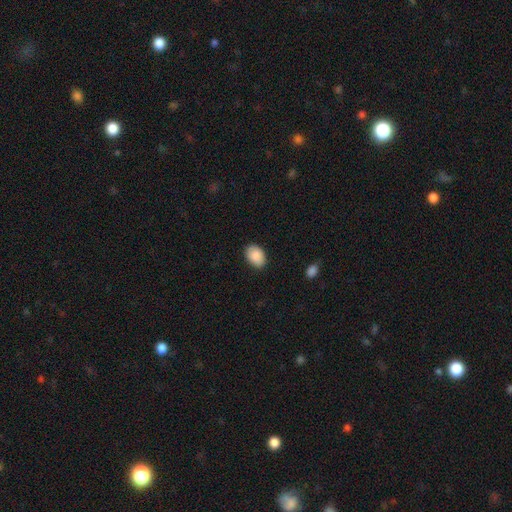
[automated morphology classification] Smooth or featured?
  - smooth: 89% *
  - star or artifact: 7%
  - featured or disk: 4%
How rounded?
  - in between: 85% *
  - round: 14%
  - cigar-shaped: 1%
Merging?
  - none: 86% *
  - minor disturbance: 11%
  - major disturbance: 2%
  - merger: 1%